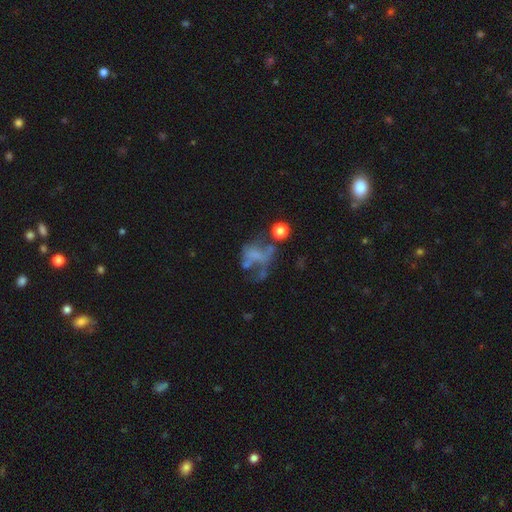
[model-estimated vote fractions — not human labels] smooth-or-featured: featured or disk: 50% | smooth: 30% | star or artifact: 20%
  merging: major disturbance: 41% | none: 26% | merger: 18% | minor disturbance: 15%